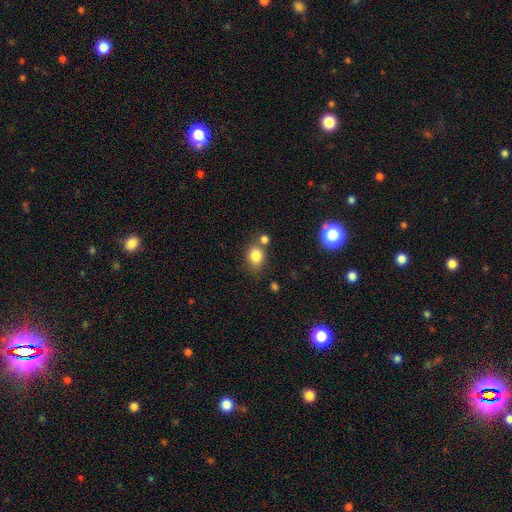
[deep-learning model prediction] A smooth galaxy with no disk features (82%) that is round (56%).

Vote fractions:
- Smooth or featured? smooth: 82% / star or artifact: 11% / featured or disk: 7%
- How rounded? round: 56% / in between: 43% / cigar-shaped: 1%
- Merging? none: 62% / merger: 19% / minor disturbance: 14% / major disturbance: 5%